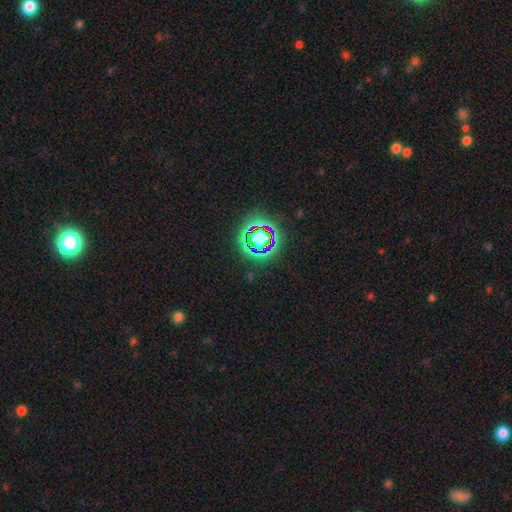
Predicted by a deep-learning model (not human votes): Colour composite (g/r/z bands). It shows a star or artifact, not a galaxy (77%).